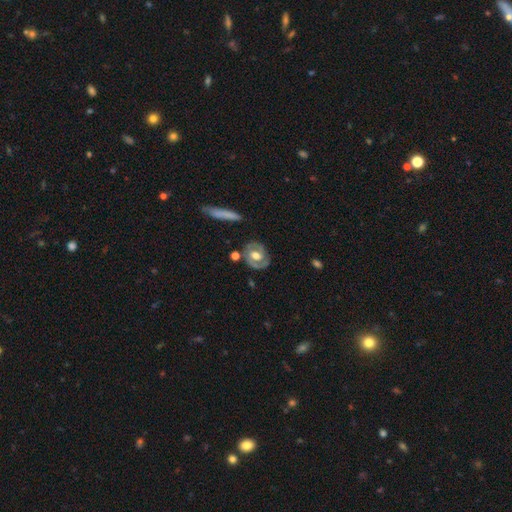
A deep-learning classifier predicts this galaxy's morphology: A featured or disk galaxy (72%) with no bar (54%), 2 (77%) tight (50%) spiral arms (74%) and a moderate central bulge (63%).

Vote fractions:
- Smooth or featured? featured or disk: 72% / smooth: 23% / star or artifact: 5%
- Edge-on disk? no: 95% / yes: 5%
- Bar? no: 54% / weak: 33% / strong: 13%
- Spiral arms? yes: 74% / no: 26%
- Spiral winding? tight: 50% / medium: 39% / loose: 11%
- Spiral arm count? 2: 77% / can't tell: 12% / 1: 7% / 3: 2% / 4: 1% / more than 4: 1%
- Bulge size? moderate: 63% / large: 27% / small: 7% / none: 2% / dominant: 2%
- Merging? none: 75% / minor disturbance: 15% / major disturbance: 5% / merger: 5%